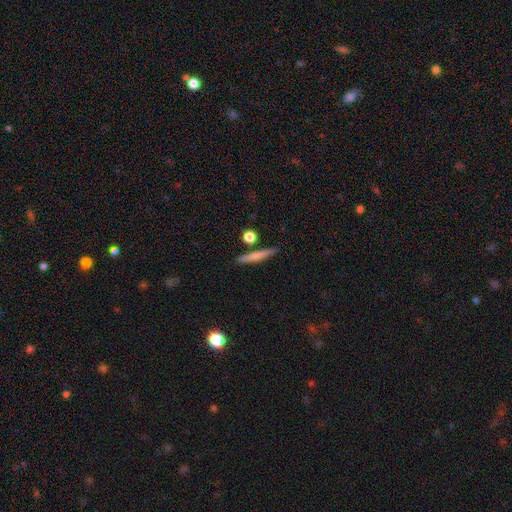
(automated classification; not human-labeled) The model was most divided on "smooth or featured": smooth: 63%, featured or disk: 31%, star or artifact: 7%. More confident: how rounded — cigar-shaped (89%); merging — none (83%).